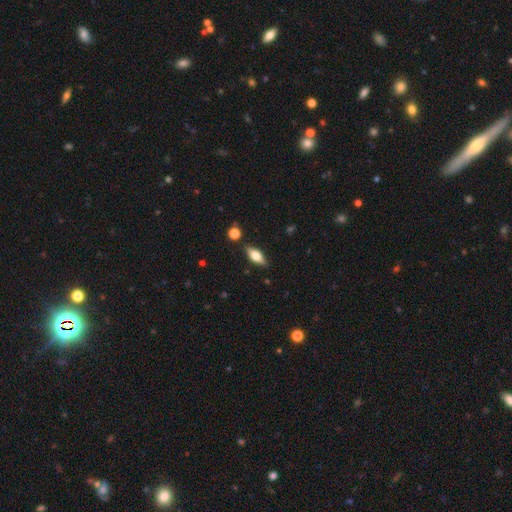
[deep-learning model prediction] This is likely a smooth galaxy (60%). How rounded: likely in between (74%). Merging: clearly none (84%).